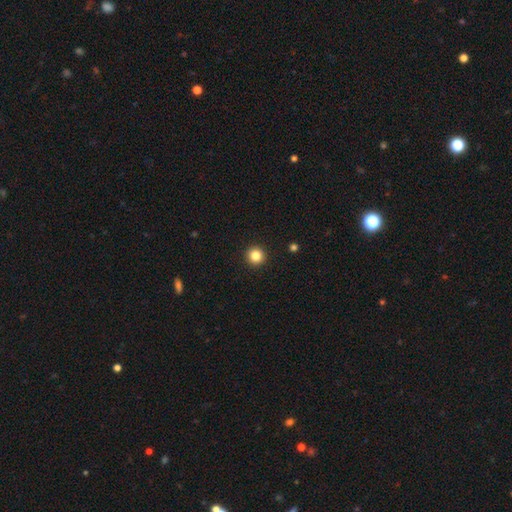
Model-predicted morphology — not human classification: Q: Smooth or featured?
A: smooth (84%); runner-up: star or artifact (11%)
Q: How rounded?
A: round (96%); runner-up: in between (3%)
Q: Merging?
A: none (94%); runner-up: minor disturbance (4%)